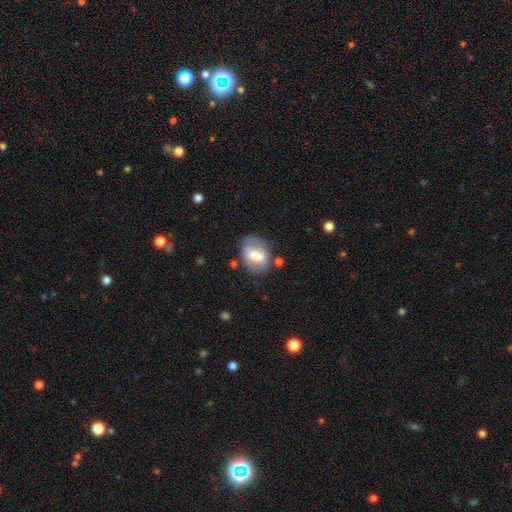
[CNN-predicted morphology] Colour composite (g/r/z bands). It shows a smooth galaxy with no disk features (56%) that is in between round and cigar-shaped (76%). Merging: none (63%).